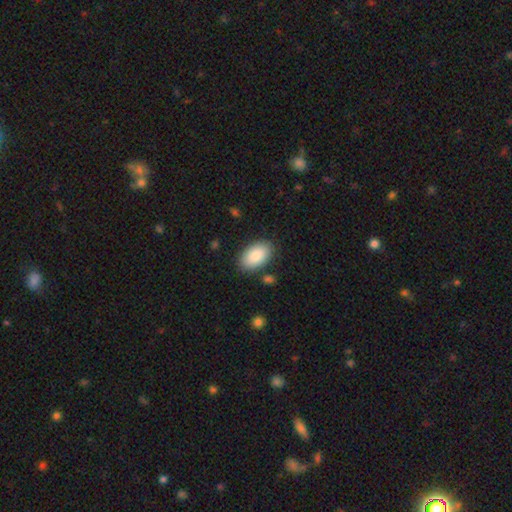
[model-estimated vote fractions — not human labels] Smooth or featured? smooth (88%)
How rounded? in between (95%)
Merging? none (84%)